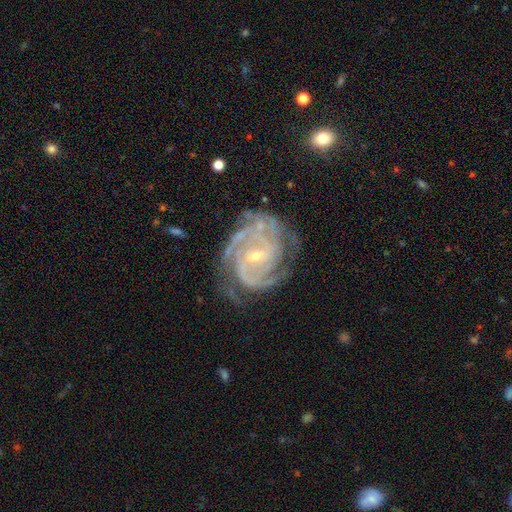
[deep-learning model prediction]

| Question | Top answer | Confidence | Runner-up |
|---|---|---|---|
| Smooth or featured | featured or disk | 91% | star or artifact (5%) |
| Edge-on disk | no | 98% | yes (2%) |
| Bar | weak | 46% | no (28%) |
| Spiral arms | yes | 98% | no (2%) |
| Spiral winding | tight | 64% | medium (31%) |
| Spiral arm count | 2 | 30% | 3 (27%) |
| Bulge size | small | 75% | moderate (22%) |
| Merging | none | 66% | minor disturbance (21%) |